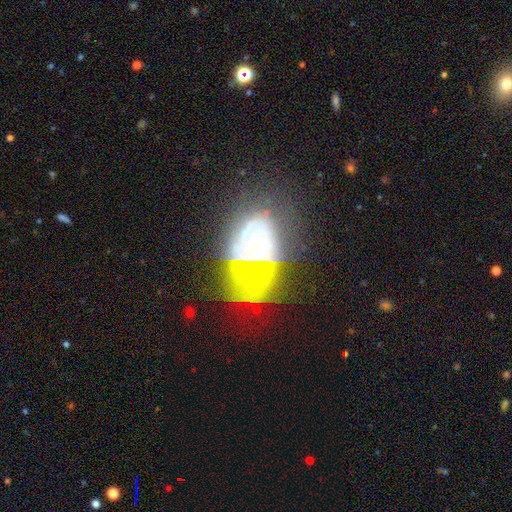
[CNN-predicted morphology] smooth_or_featured: featured or disk (p=0.57) [alt: smooth p=0.22]
disk_edge_on: no (p=0.93) [alt: yes p=0.07]
bar: no (p=0.82) [alt: weak p=0.12]
has_spiral_arms: no (p=0.73) [alt: yes p=0.27]
bulge_size: small (p=0.41) [alt: moderate p=0.35]
merging: none (p=0.49) [alt: major disturbance p=0.23]